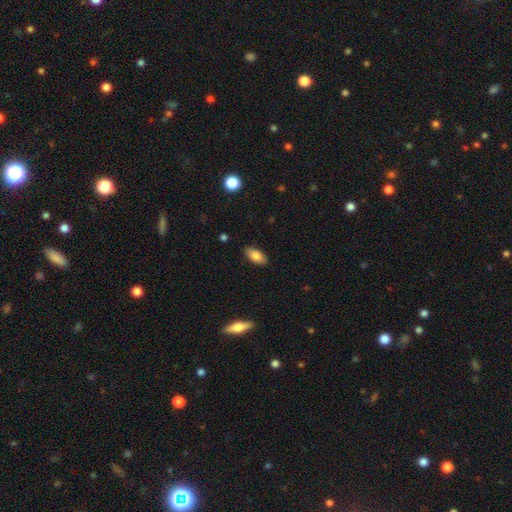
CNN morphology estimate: smooth 83%, featured or disk 10%, star or artifact 7%. Down the decision tree: how rounded — in between (90%); merging — none (87%).